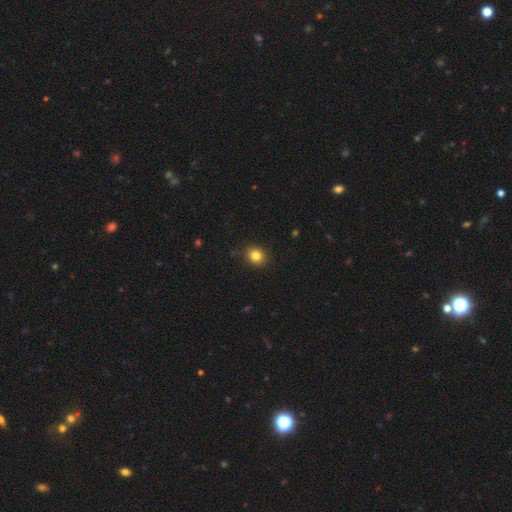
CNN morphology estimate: The model was most divided on "how rounded": round: 70%, in between: 29%, cigar-shaped: 1%. More confident: merging — none (88%); smooth or featured — smooth (83%).